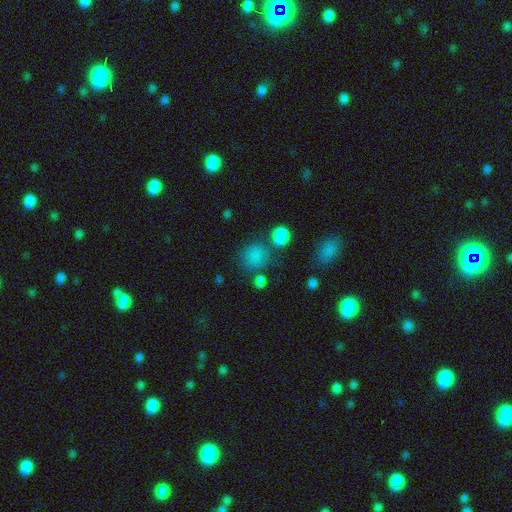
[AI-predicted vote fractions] Smooth or featured?
  - smooth: 79% *
  - star or artifact: 13%
  - featured or disk: 7%
How rounded?
  - round: 75% *
  - in between: 24%
  - cigar-shaped: 1%
Merging?
  - none: 62% *
  - minor disturbance: 17%
  - merger: 11%
  - major disturbance: 10%